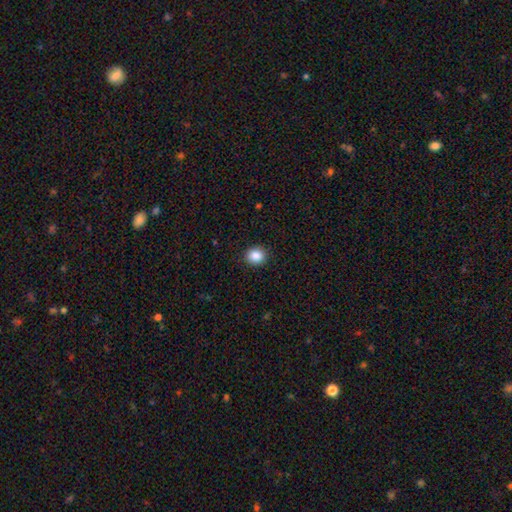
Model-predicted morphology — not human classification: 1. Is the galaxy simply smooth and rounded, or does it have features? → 87% smooth, 10% star or artifact, 4% featured or disk.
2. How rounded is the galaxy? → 82% round, 18% in between, 1% cigar-shaped.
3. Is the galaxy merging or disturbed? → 91% none, 6% minor disturbance, 2% major disturbance, 1% merger.